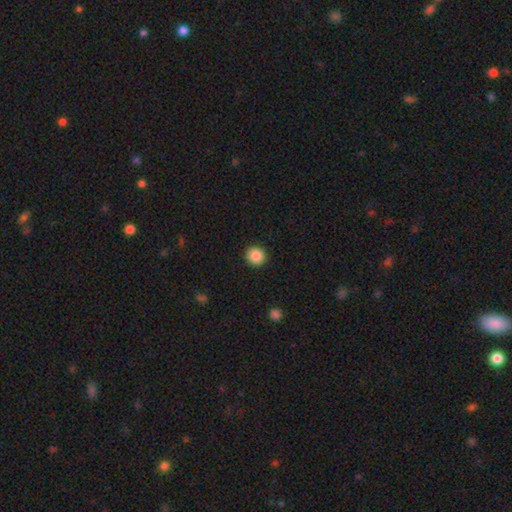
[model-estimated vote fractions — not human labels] Q: Smooth or featured?
A: smooth (87%); runner-up: star or artifact (9%)
Q: How rounded?
A: round (91%); runner-up: in between (8%)
Q: Merging?
A: none (92%); runner-up: minor disturbance (5%)